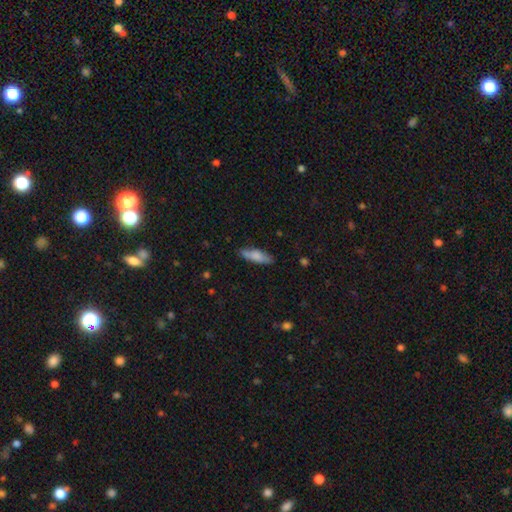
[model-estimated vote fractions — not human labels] This is likely a smooth galaxy (76%). How rounded: possibly cigar-shaped (59%). Merging: clearly none (83%).